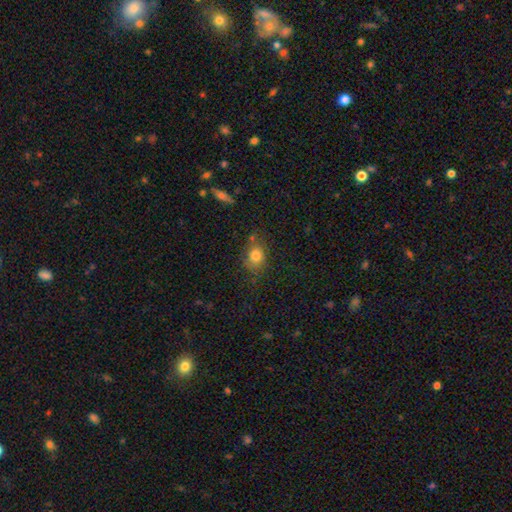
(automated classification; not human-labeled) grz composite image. It shows a smooth galaxy with no disk features (79%) that is round (49%, tied with in between). Merging: none (70%).